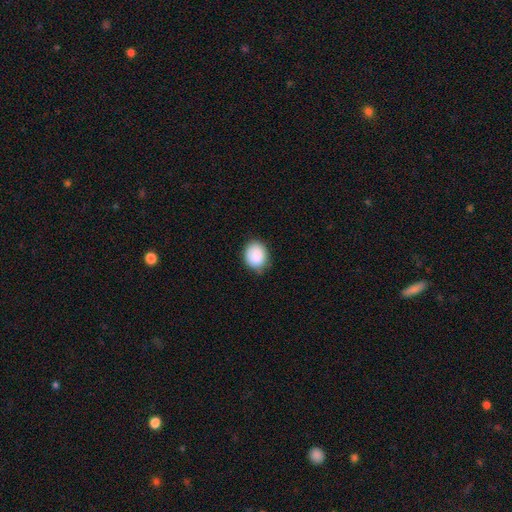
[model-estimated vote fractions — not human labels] Smooth or featured?
  - smooth: 88% *
  - star or artifact: 7%
  - featured or disk: 4%
How rounded?
  - round: 54% *
  - in between: 46%
  - cigar-shaped: 1%
Merging?
  - none: 77% *
  - minor disturbance: 18%
  - major disturbance: 3%
  - merger: 1%